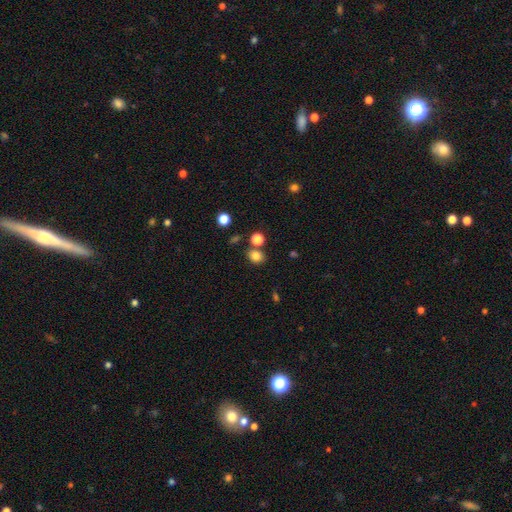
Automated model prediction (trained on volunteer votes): Overall: smooth (81%). How rounded: round (61%; in between 39%). Merging: none (73%).